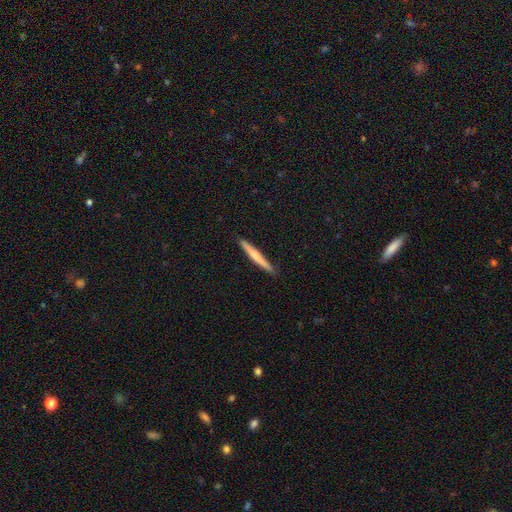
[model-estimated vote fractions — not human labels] Smooth or featured: smooth — 56% (featured or disk — 39%)
How rounded: cigar-shaped — 96% (in between — 2%)
Merging: none — 92% (minor disturbance — 6%)